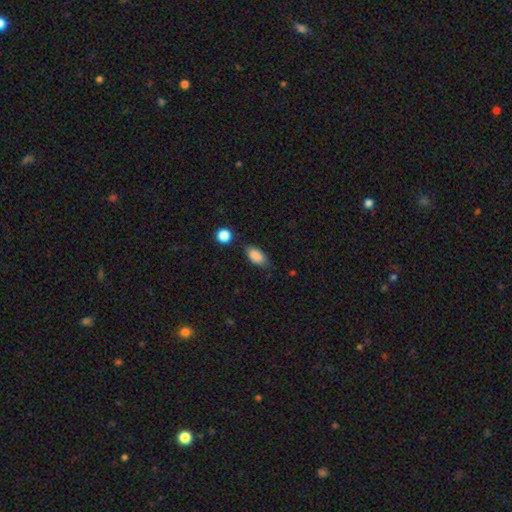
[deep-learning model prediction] Smooth or featured? smooth (87%)
How rounded? in between (90%)
Merging? none (74%)